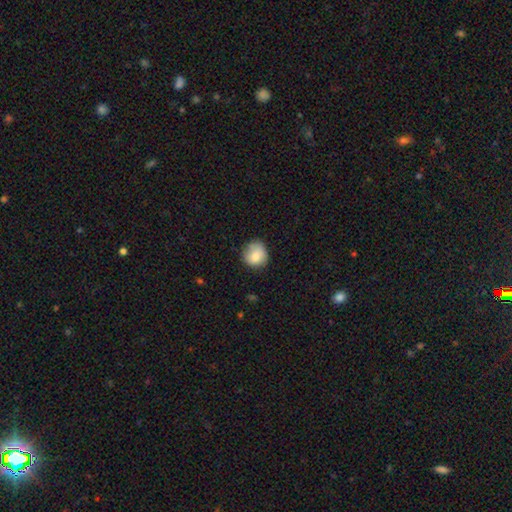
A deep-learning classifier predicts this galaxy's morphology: Smooth or featured: smooth — 82% (featured or disk — 10%)
How rounded: round — 83% (in between — 16%)
Merging: none — 72% (minor disturbance — 21%)